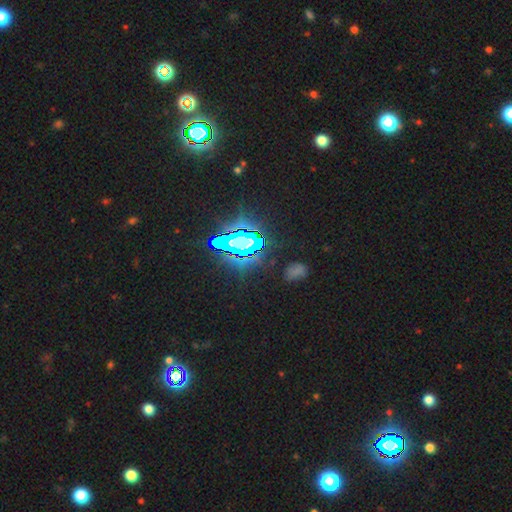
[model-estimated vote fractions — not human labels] This is clearly a star or artifact rather than a galaxy (84%).